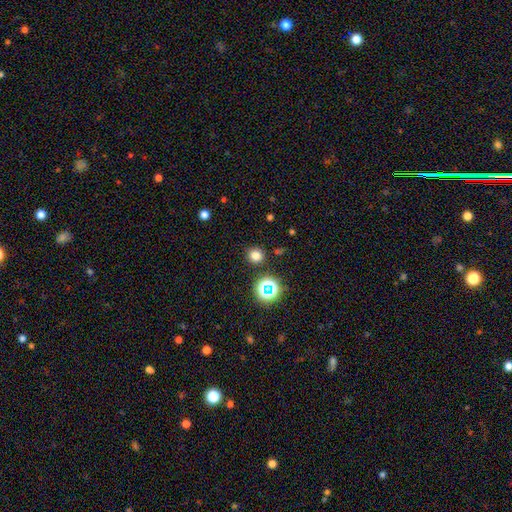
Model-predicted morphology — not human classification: Smooth or featured? Predicted: smooth (p=0.75). How rounded? Predicted: round (p=0.89). Merging? Predicted: none (p=0.88).